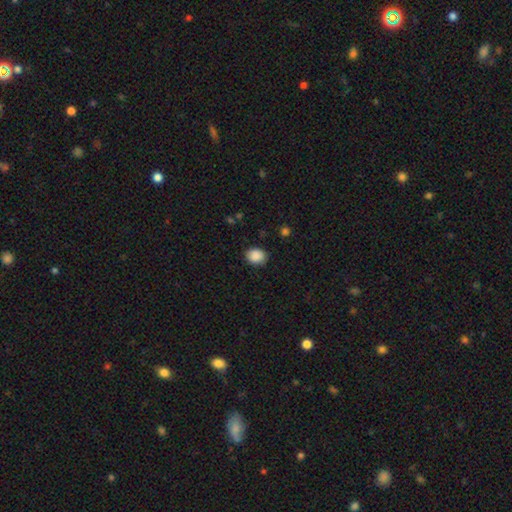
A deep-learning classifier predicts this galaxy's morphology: smooth 89%, star or artifact 8%, featured or disk 3%. Down the decision tree: how rounded — in between (52%); merging — none (85%).